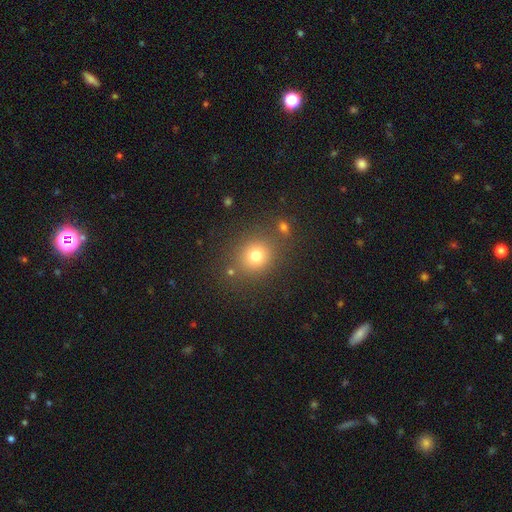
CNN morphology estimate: A smooth galaxy with no disk features (76%) that is round (80%). Merging: none (78%).